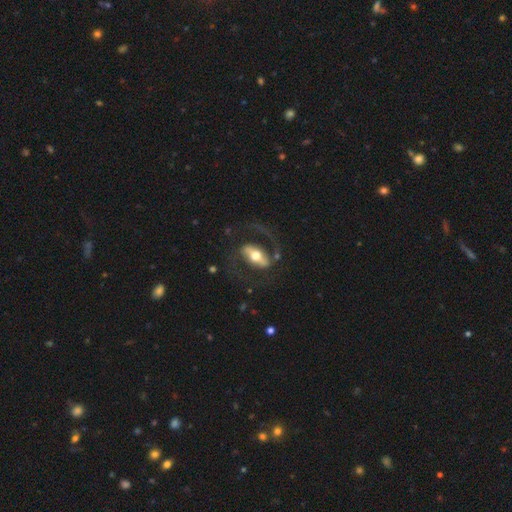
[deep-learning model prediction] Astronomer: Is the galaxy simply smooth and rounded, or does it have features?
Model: featured or disk — 78%.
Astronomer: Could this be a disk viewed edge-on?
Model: no — 91%.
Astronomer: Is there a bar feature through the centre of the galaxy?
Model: strong — 59%.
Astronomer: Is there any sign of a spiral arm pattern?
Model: yes — 81%.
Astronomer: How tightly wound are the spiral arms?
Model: medium — 48% (runner-up: loose, 37%).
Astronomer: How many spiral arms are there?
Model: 2 — 88%.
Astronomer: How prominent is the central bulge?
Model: moderate — 67%.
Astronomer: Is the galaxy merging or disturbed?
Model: none — 65%.